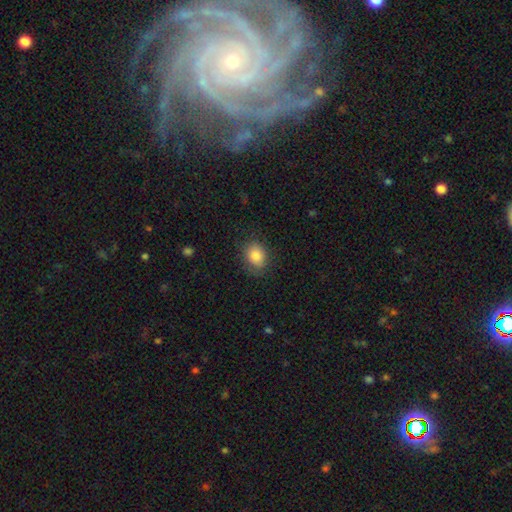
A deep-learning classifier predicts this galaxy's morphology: Smooth or featured?
  - smooth: 84% *
  - star or artifact: 8%
  - featured or disk: 7%
How rounded?
  - in between: 57% *
  - round: 42%
  - cigar-shaped: 1%
Merging?
  - none: 79% *
  - minor disturbance: 16%
  - major disturbance: 5%
  - merger: 1%